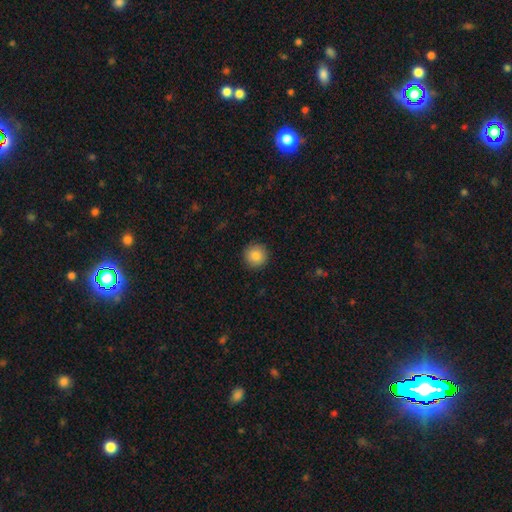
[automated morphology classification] Smooth or featured? smooth (87%)
How rounded? round (96%)
Merging? none (92%)